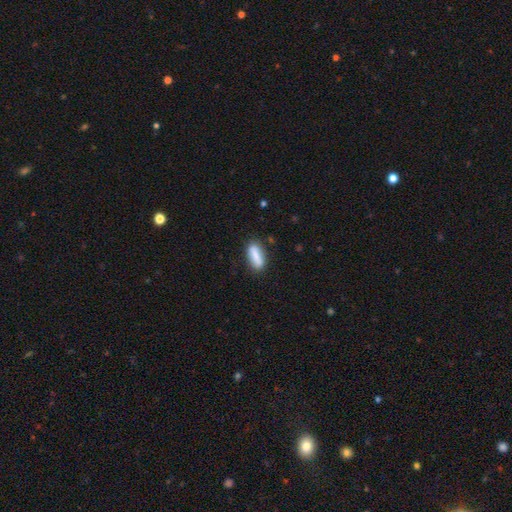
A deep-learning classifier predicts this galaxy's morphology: The model was most divided on "how rounded": in between: 63%, cigar-shaped: 35%, round: 3%. More confident: merging — none (82%); smooth or featured — smooth (82%).